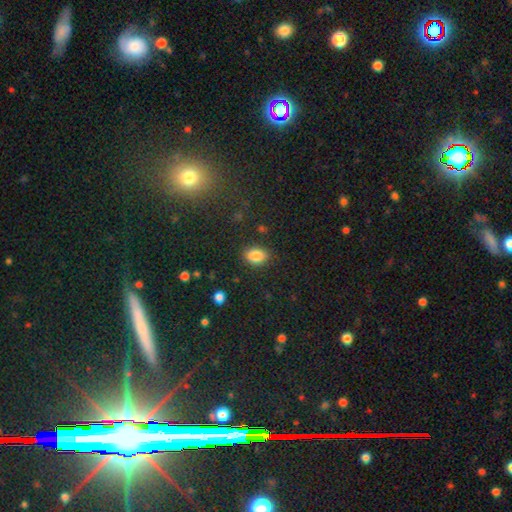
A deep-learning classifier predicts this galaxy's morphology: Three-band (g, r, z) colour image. It shows a smooth galaxy with no disk features (85%) that is in between round and cigar-shaped (75%). Merging: none (84%).